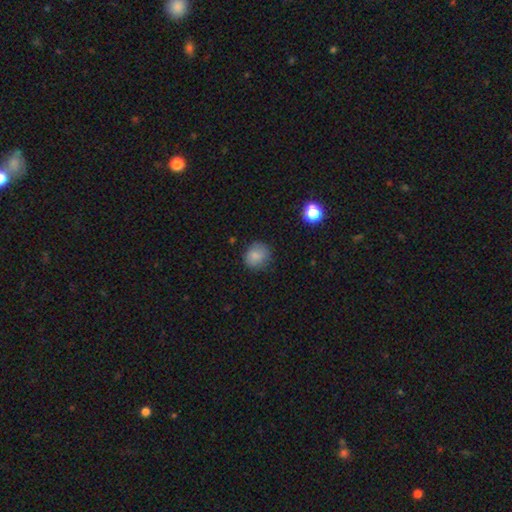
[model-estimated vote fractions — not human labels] Smooth or featured? Predicted: smooth (p=0.84). How rounded? Predicted: round (p=0.81). Merging? Predicted: none (p=0.78).